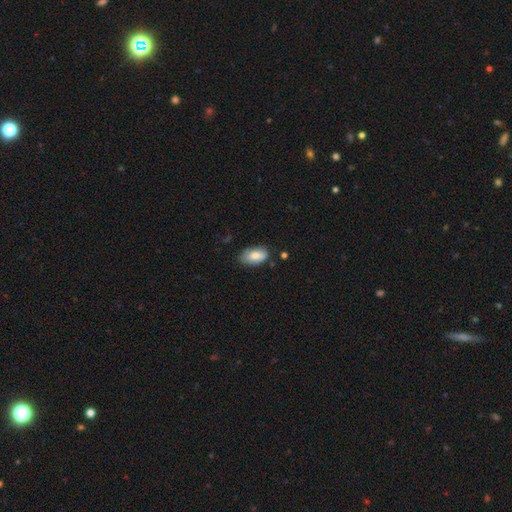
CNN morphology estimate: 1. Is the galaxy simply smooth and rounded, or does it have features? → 79% smooth, 14% featured or disk, 7% star or artifact.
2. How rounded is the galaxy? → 94% in between, 4% round, 2% cigar-shaped.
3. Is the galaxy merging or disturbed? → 70% none, 24% minor disturbance, 4% major disturbance, 3% merger.